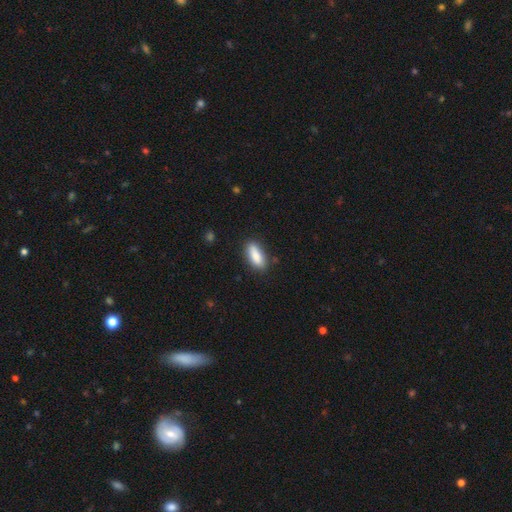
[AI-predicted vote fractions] smooth 85%, featured or disk 8%, star or artifact 6%. Down the decision tree: how rounded — in between (73%); merging — none (82%).